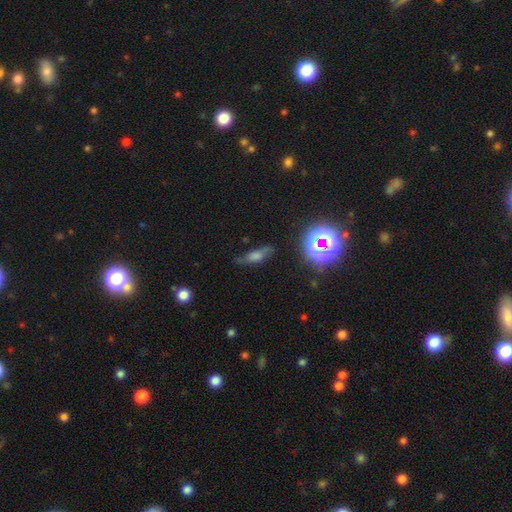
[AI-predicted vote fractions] This is marginally a featured or disk galaxy (38%). Merging: likely none (71%).